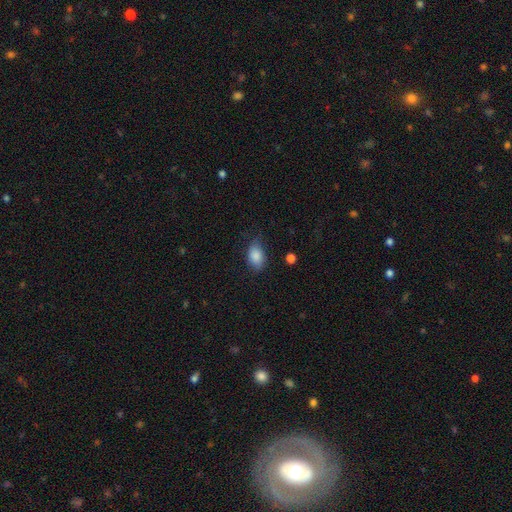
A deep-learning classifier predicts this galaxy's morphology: A smooth galaxy with no disk features (86%) that is in between round and cigar-shaped (86%). Merging: none (66%).